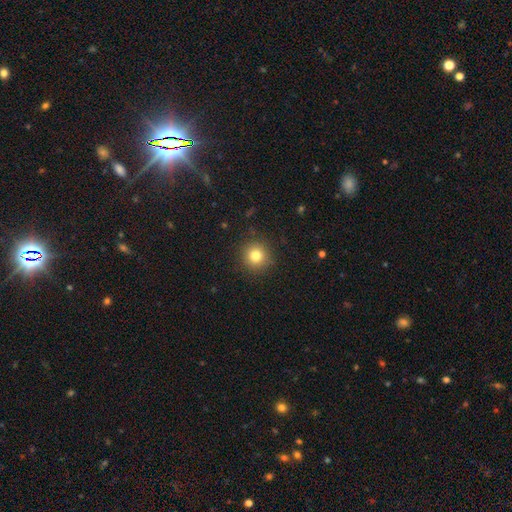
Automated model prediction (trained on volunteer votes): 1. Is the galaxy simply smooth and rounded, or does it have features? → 81% smooth, 12% star or artifact, 7% featured or disk.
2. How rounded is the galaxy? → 94% round, 5% in between, 1% cigar-shaped.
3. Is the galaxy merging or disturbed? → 91% none, 6% minor disturbance, 2% major disturbance, 1% merger.